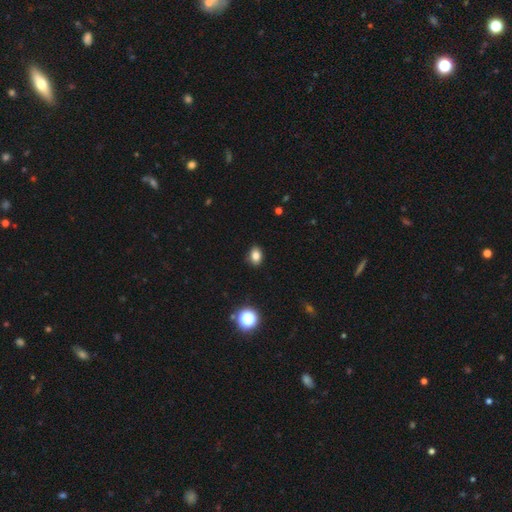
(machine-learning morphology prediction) smooth-or-featured: smooth: 81% | star or artifact: 12% | featured or disk: 6%
  how-rounded: in between: 71% | round: 27% | cigar-shaped: 1%
  merging: none: 89% | minor disturbance: 8% | major disturbance: 2% | merger: 1%